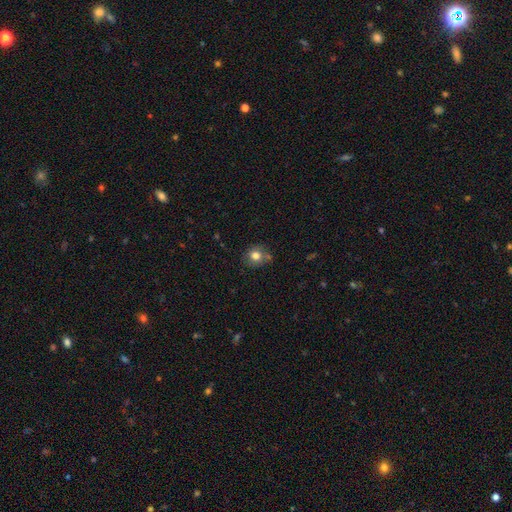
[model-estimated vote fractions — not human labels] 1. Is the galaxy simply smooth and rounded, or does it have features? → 78% smooth, 11% featured or disk, 11% star or artifact.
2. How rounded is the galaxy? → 76% round, 23% in between, 1% cigar-shaped.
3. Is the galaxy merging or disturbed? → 68% none, 21% minor disturbance, 7% merger, 5% major disturbance.